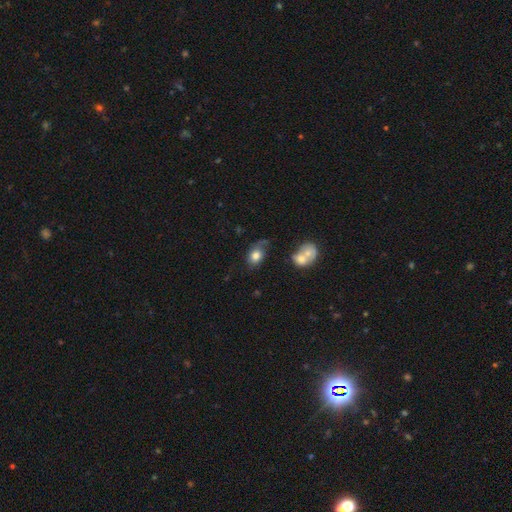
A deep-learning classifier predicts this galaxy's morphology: Smooth or featured? smooth (77%)
How rounded? in between (62%)
Merging? none (47%)